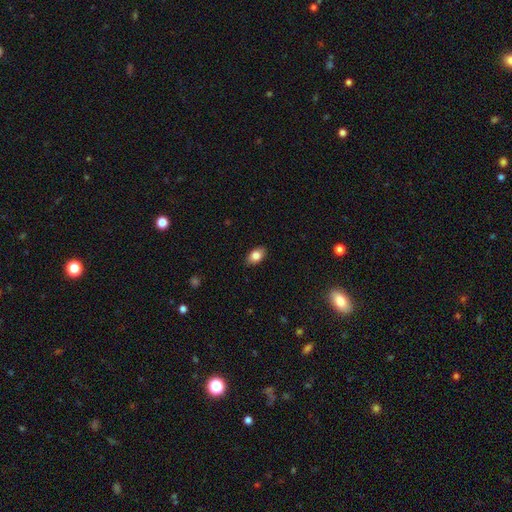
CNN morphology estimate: Smooth or featured? Predicted: smooth (p=0.83). How rounded? Predicted: in between (p=0.90). Merging? Predicted: none (p=0.87).